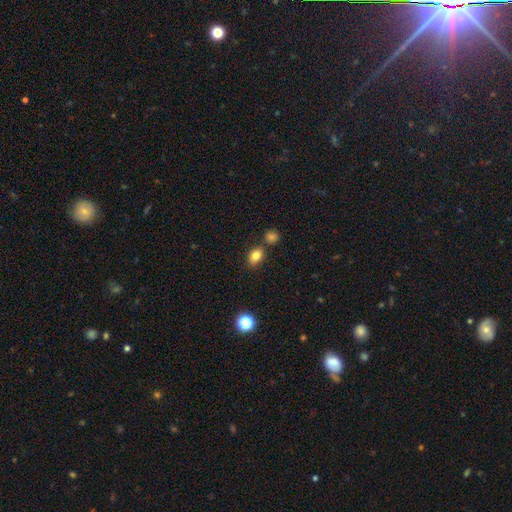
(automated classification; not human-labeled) This is clearly a smooth galaxy (83%). How rounded: likely in between (71%). Merging: likely none (74%).